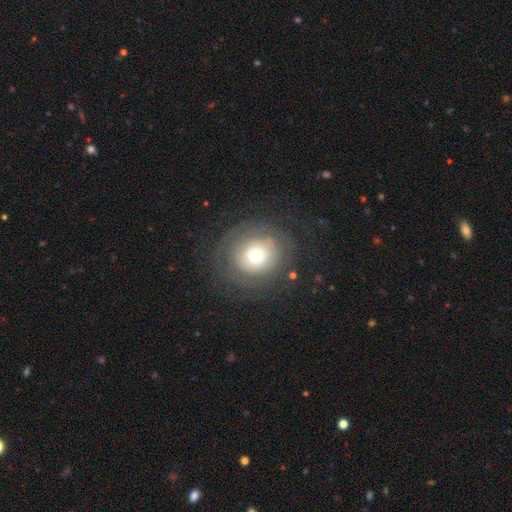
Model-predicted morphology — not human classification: Smooth or featured? smooth (54%)
How rounded? round (86%)
Merging? none (74%)